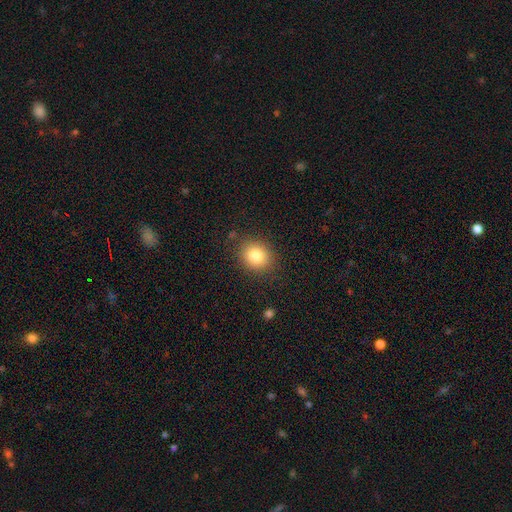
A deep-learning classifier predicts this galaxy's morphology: Q: Smooth or featured?
A: smooth (83%); runner-up: star or artifact (10%)
Q: How rounded?
A: round (71%); runner-up: in between (28%)
Q: Merging?
A: none (85%); runner-up: minor disturbance (10%)